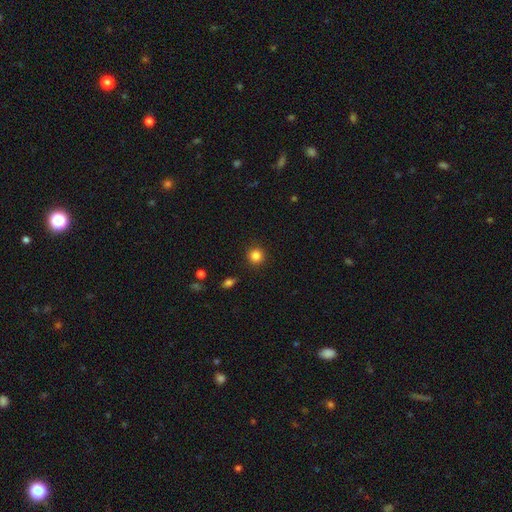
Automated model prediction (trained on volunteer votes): Smooth or featured?
  - smooth: 84% *
  - star or artifact: 11%
  - featured or disk: 4%
How rounded?
  - round: 93% *
  - in between: 6%
  - cigar-shaped: 1%
Merging?
  - none: 91% *
  - minor disturbance: 6%
  - major disturbance: 2%
  - merger: 1%